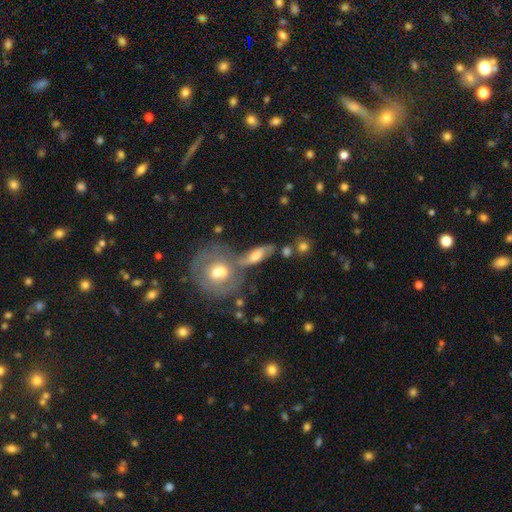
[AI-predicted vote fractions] This is possibly a smooth galaxy (49%). Merging: marginally none (39%).